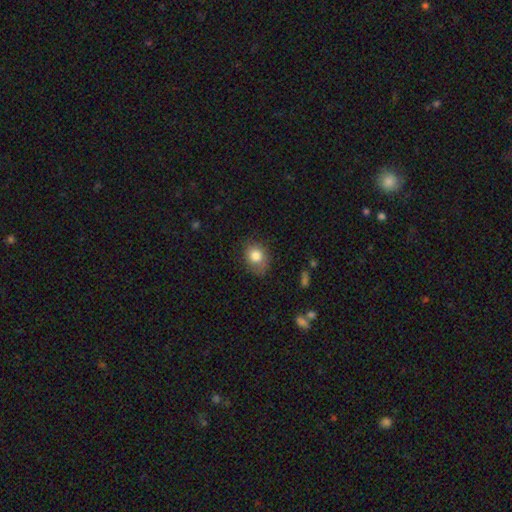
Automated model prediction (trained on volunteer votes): The model was most divided on "how rounded": round: 51%, in between: 48%, cigar-shaped: 1%. More confident: smooth or featured — smooth (81%); merging — none (68%).